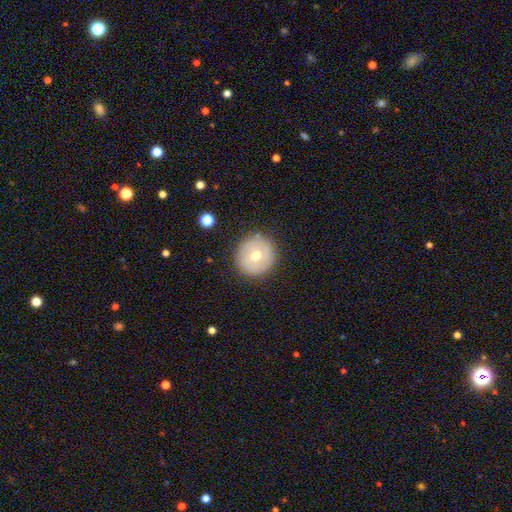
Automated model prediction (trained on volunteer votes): Smooth or featured?
  - smooth: 59% *
  - featured or disk: 33%
  - star or artifact: 8%
How rounded?
  - round: 90% *
  - in between: 9%
  - cigar-shaped: 1%
Merging?
  - none: 86% *
  - minor disturbance: 9%
  - major disturbance: 3%
  - merger: 1%